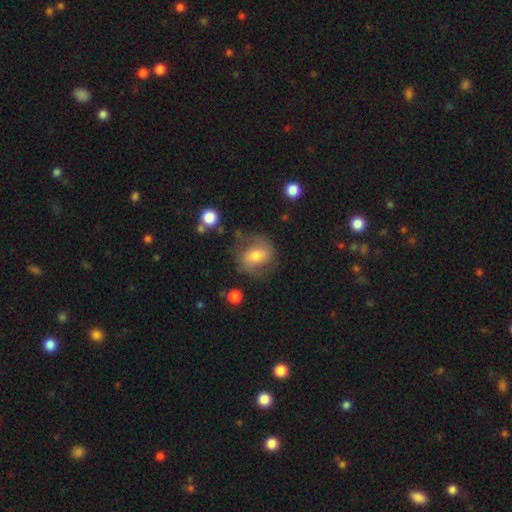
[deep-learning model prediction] This is possibly a featured or disk galaxy (50%). It is clearly not viewed edge-on (96%). Merging: likely none (67%).